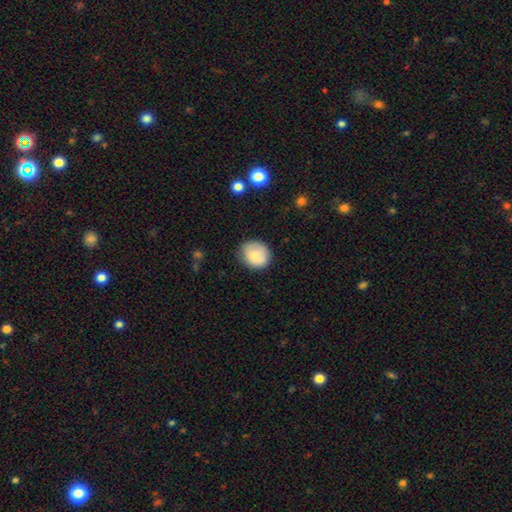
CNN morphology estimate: type=smooth (80%); roundness=round (75%); merging=none (75%).